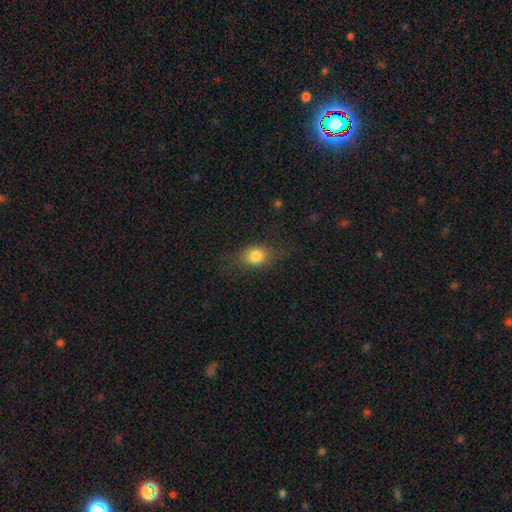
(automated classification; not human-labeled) Morphology: type=smooth (81%); roundness=in between (61%); merging=none (73%).